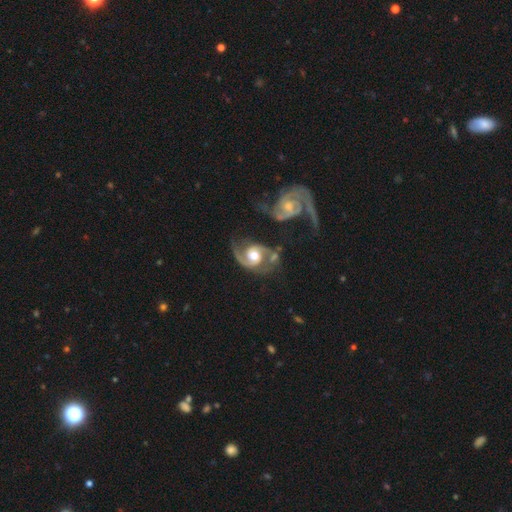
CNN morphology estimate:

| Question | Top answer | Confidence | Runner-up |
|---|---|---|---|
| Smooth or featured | featured or disk | 86% | smooth (9%) |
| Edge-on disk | no | 98% | yes (2%) |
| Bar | no | 61% | weak (29%) |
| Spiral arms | yes | 96% | no (4%) |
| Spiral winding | medium | 53% | loose (26%) |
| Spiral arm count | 2 | 86% | 1 (6%) |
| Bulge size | moderate | 63% | large (26%) |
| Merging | none | 44% | merger (20%) |